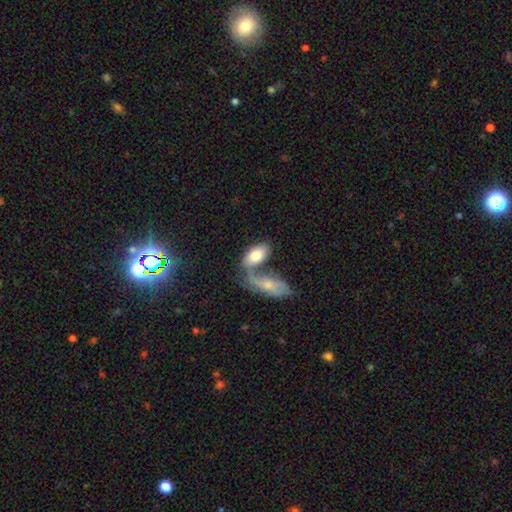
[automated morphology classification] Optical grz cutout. It shows a smooth galaxy with no disk features (74%) that is in between round and cigar-shaped (92%). Merging: merger (59%).